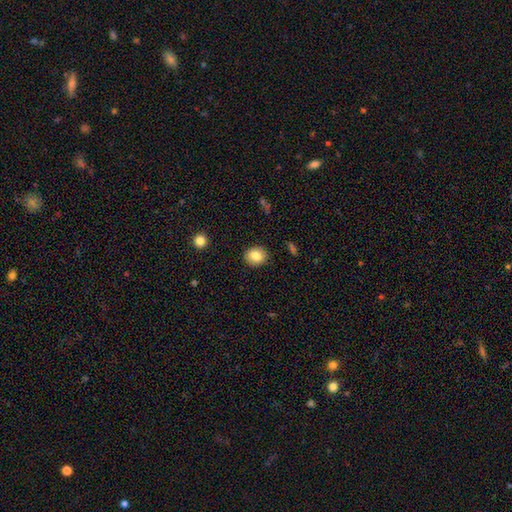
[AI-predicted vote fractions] Smooth or featured? smooth (82%)
How rounded? round (71%)
Merging? none (90%)